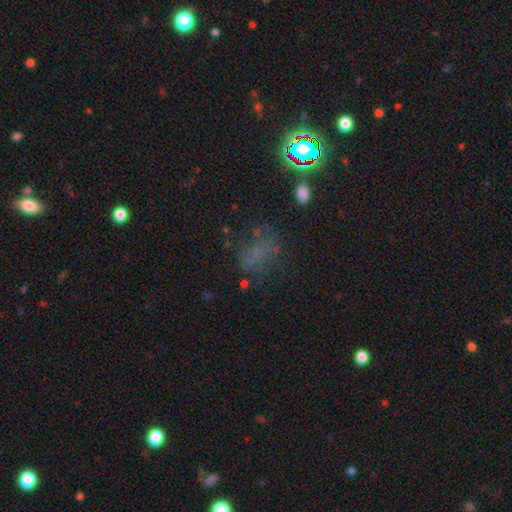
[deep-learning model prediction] Smooth or featured? smooth (39%)
Merging? none (50%)